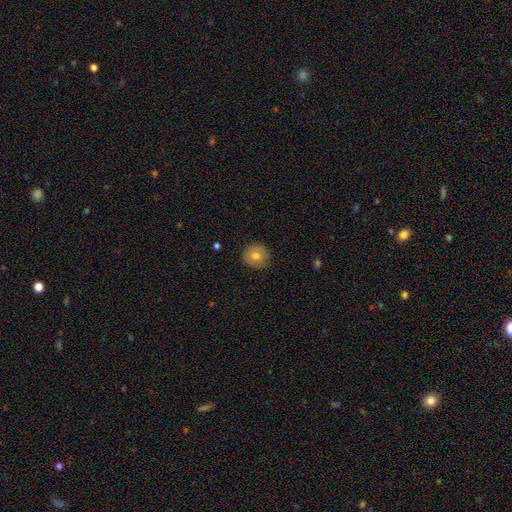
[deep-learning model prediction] smooth 69%, featured or disk 21%, star or artifact 9%. Down the decision tree: how rounded — round (92%); merging — none (88%).